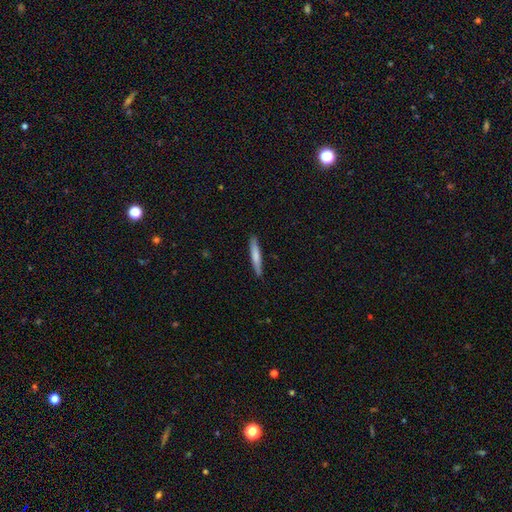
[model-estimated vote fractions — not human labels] This is likely a smooth galaxy (72%). How rounded: clearly cigar-shaped (94%). Merging: clearly none (89%).